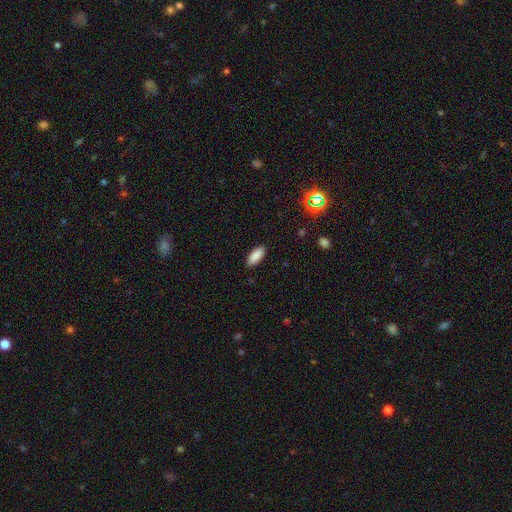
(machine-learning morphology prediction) Overall: smooth (89%). How rounded: in between (82%). Merging: none (89%).